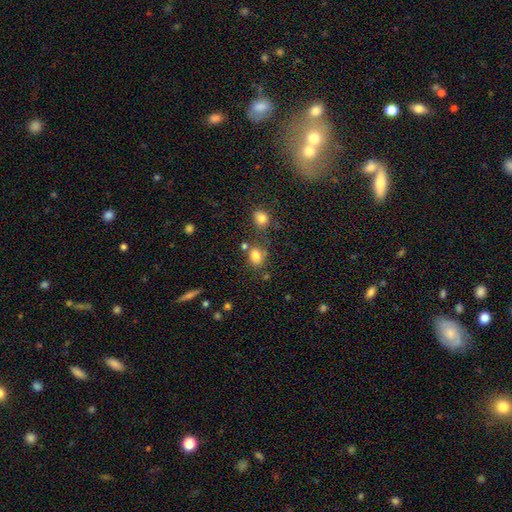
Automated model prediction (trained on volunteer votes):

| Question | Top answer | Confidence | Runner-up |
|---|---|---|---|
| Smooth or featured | smooth | 80% | star or artifact (13%) |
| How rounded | in between | 61% | round (38%) |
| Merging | none | 62% | merger (17%) |